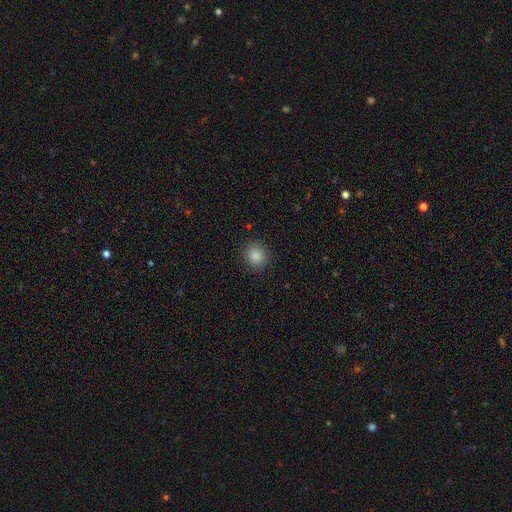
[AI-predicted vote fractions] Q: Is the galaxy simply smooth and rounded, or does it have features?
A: smooth — 85%.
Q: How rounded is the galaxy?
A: round — 81%.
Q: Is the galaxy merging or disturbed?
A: none — 90%.